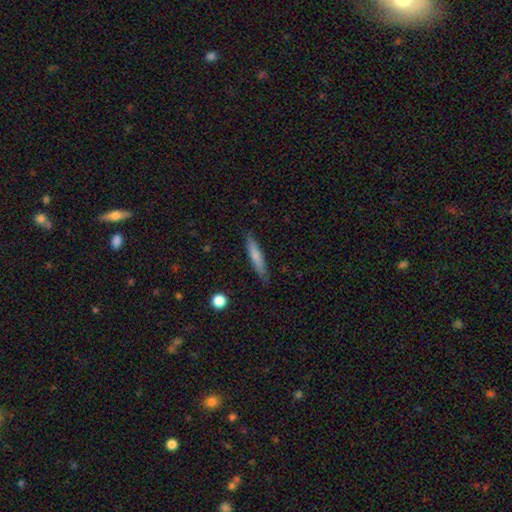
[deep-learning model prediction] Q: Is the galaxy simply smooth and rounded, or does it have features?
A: smooth — 70%.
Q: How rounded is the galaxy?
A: cigar-shaped — 91%.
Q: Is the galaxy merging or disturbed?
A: none — 84%.